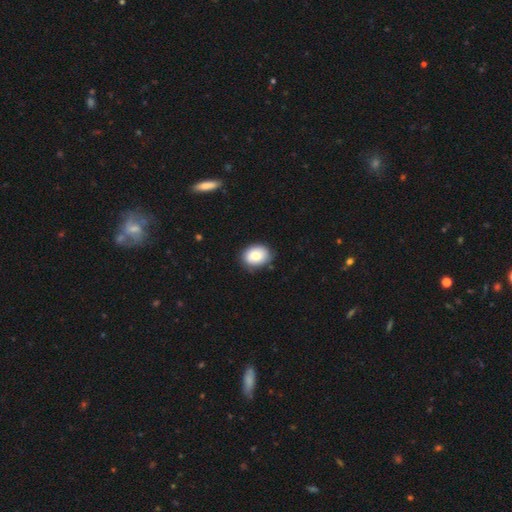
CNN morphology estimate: This is likely a smooth galaxy (80%). How rounded: likely in between (61%). Merging: clearly none (81%).